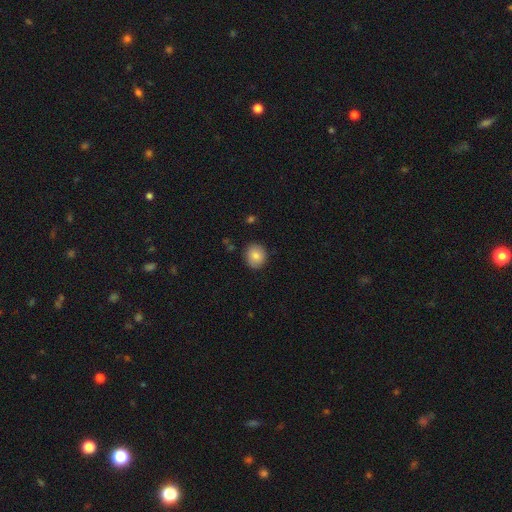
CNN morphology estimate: This appears to be a smooth galaxy with no disk features (83%) that is round (76%). Merging: none (87%).